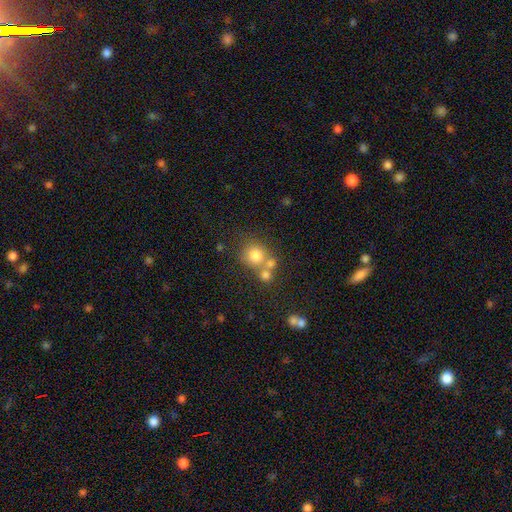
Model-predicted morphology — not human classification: smooth 74%, star or artifact 13%, featured or disk 13%. Down the decision tree: how rounded — round (86%); merging — none (51%).